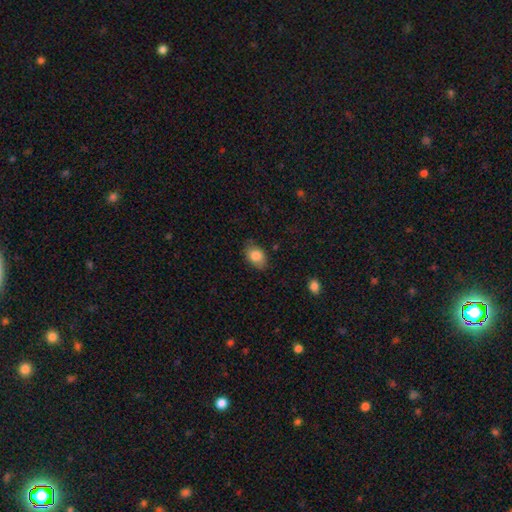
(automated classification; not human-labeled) The model was most divided on "merging": none: 76%, minor disturbance: 19%, major disturbance: 4%, merger: 1%. More confident: how rounded — in between (85%); smooth or featured — smooth (83%).